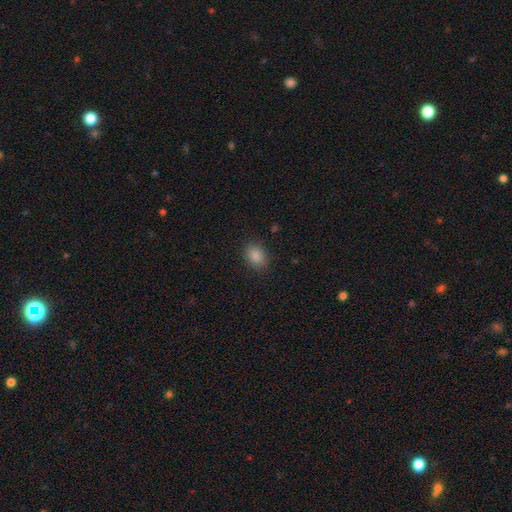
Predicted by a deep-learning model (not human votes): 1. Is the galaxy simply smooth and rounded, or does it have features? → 87% smooth, 9% star or artifact, 4% featured or disk.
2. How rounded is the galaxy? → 70% in between, 29% round, 1% cigar-shaped.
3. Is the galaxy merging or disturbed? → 87% none, 10% minor disturbance, 3% major disturbance, 1% merger.